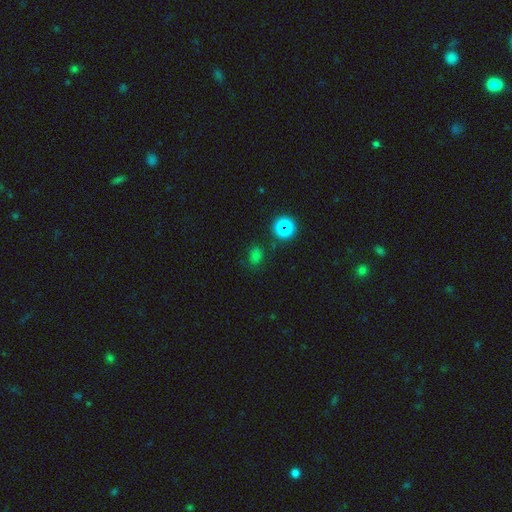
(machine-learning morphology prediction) Smooth or featured: smooth — 64% (star or artifact — 30%)
How rounded: round — 58% (in between — 41%)
Merging: none — 76% (minor disturbance — 15%)